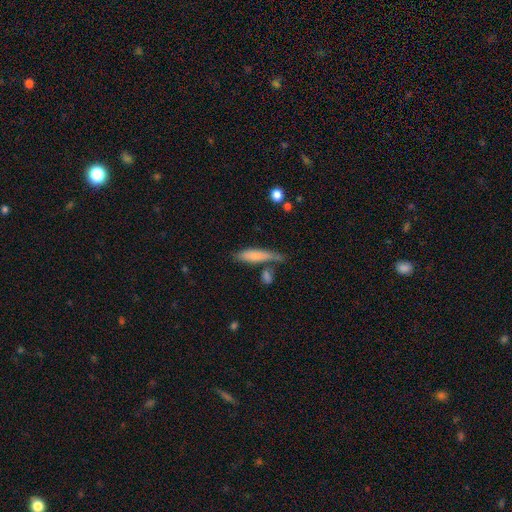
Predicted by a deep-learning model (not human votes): Morphology: type=smooth (73%); roundness=cigar-shaped (76%); merging=none (55%).